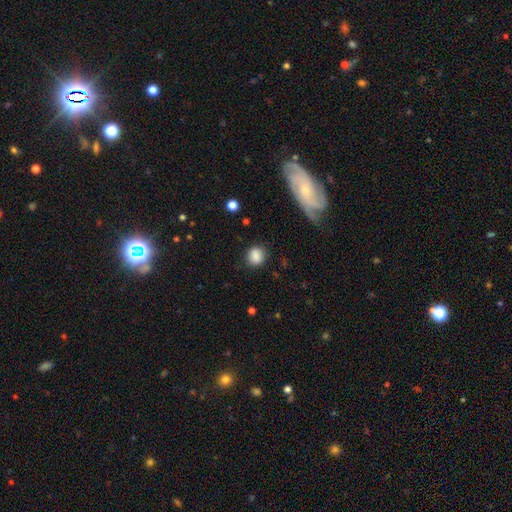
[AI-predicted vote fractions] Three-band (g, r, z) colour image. It shows a smooth galaxy with no disk features (85%) that is round (67%). Merging: none (81%).